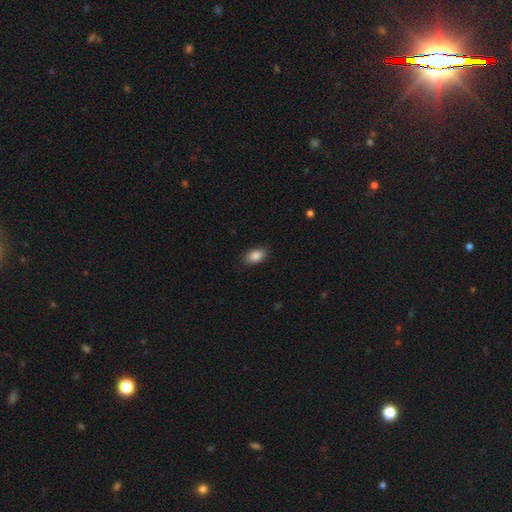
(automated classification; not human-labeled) Smooth or featured? smooth (87%)
How rounded? in between (90%)
Merging? none (87%)